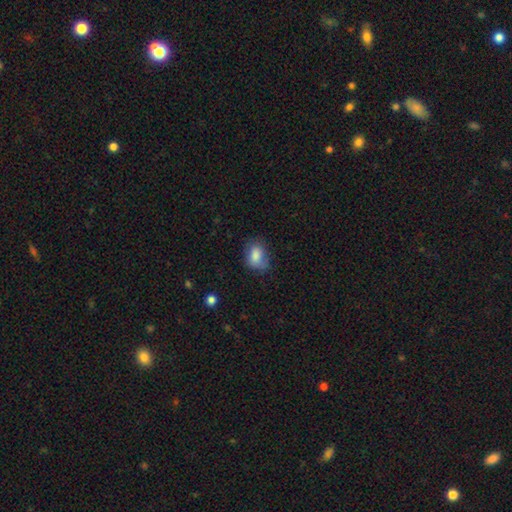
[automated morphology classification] smooth_or_featured: smooth (p=0.82) [alt: featured or disk p=0.10]
how_rounded: in between (p=0.74) [alt: round p=0.25]
merging: none (p=0.60) [alt: minor disturbance p=0.29]